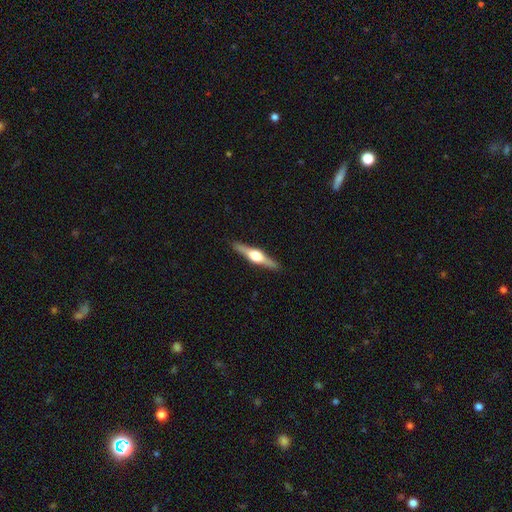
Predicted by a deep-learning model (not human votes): This is likely a featured or disk galaxy (78%). It is clearly viewed edge-on (98%). Edge-on bulge: clearly rounded (94%). Merging: clearly none (91%).